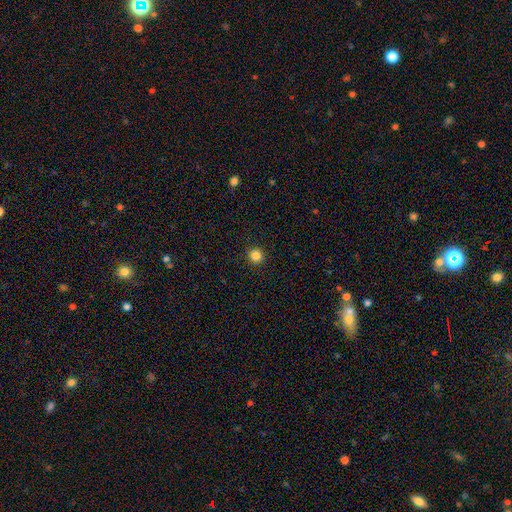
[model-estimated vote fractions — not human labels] A smooth galaxy with no disk features (84%) that is round (95%).

Vote fractions:
- Smooth or featured? smooth: 84% / star or artifact: 12% / featured or disk: 4%
- How rounded? round: 95% / in between: 4% / cigar-shaped: 1%
- Merging? none: 93% / minor disturbance: 4% / major disturbance: 2% / merger: 1%